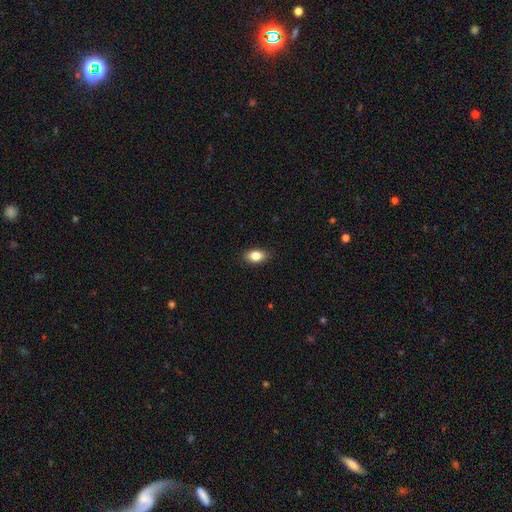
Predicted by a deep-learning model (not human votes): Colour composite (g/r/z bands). It shows a smooth galaxy with no disk features (83%) that is in between round and cigar-shaped (86%). Merging: none (87%).